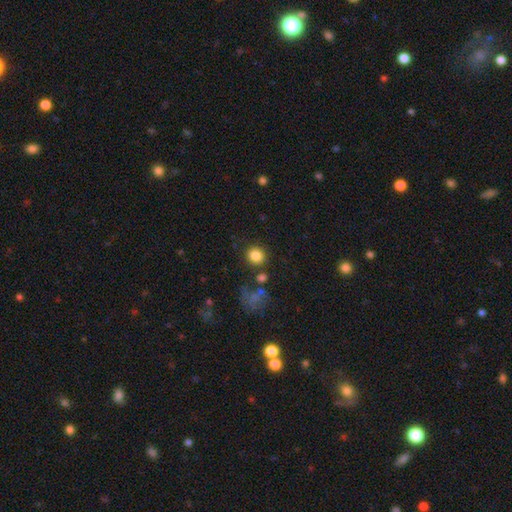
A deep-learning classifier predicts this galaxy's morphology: Q: Smooth or featured?
A: smooth (84%); runner-up: star or artifact (11%)
Q: How rounded?
A: round (85%); runner-up: in between (14%)
Q: Merging?
A: none (83%); runner-up: minor disturbance (8%)